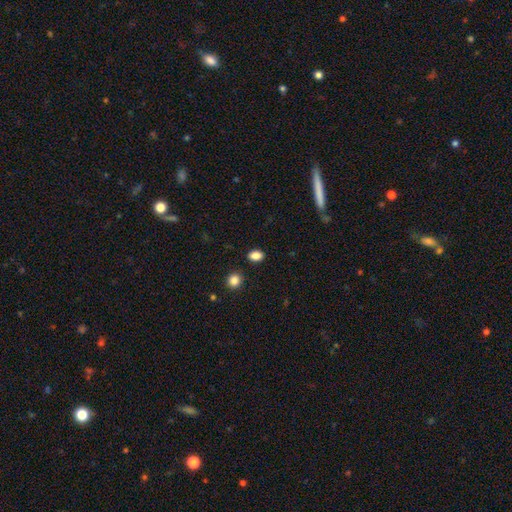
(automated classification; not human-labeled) The model was most divided on "how rounded": in between: 76%, round: 22%, cigar-shaped: 2%. More confident: merging — none (87%); smooth or featured — smooth (86%).